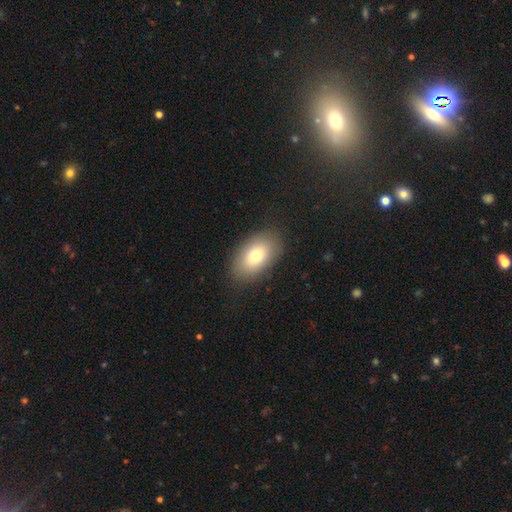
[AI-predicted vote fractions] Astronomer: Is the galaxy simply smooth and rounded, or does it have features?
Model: smooth — 77%.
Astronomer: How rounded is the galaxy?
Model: in between — 92%.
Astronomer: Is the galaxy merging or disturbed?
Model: none — 86%.